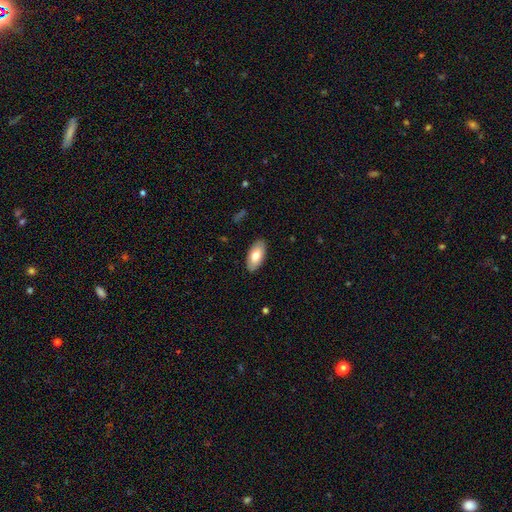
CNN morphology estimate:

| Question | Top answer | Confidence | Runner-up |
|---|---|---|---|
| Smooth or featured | smooth | 75% | featured or disk (19%) |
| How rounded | in between | 94% | cigar-shaped (4%) |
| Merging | none | 88% | minor disturbance (9%) |